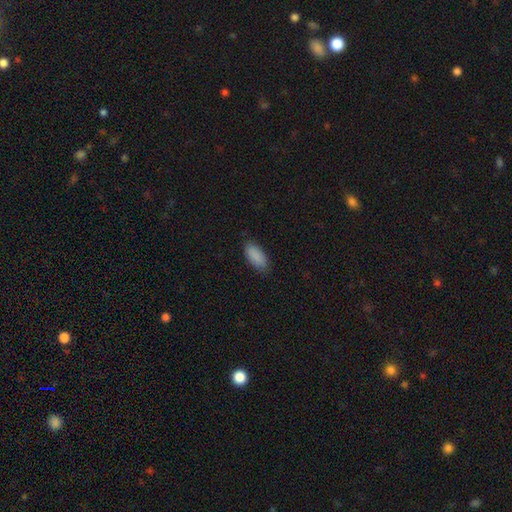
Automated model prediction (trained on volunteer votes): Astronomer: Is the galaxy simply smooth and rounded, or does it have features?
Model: smooth — 90%.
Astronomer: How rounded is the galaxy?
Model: in between — 89%.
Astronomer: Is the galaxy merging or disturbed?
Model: none — 84%.